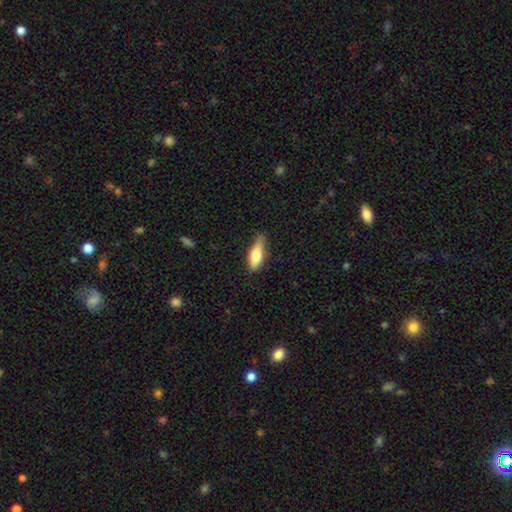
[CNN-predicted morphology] type=smooth (73%); roundness=in between (61%); merging=none (57%).